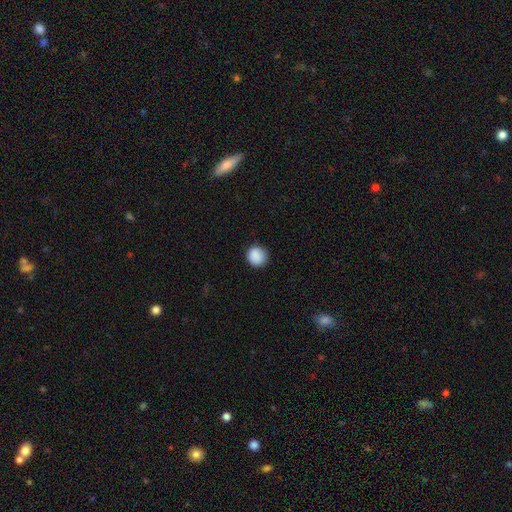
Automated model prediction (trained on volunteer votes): A smooth galaxy with no disk features (89%) that is round (92%).

Vote fractions:
- Smooth or featured? smooth: 89% / star or artifact: 8% / featured or disk: 3%
- How rounded? round: 92% / in between: 7% / cigar-shaped: 1%
- Merging? none: 87% / minor disturbance: 10% / major disturbance: 2% / merger: 1%